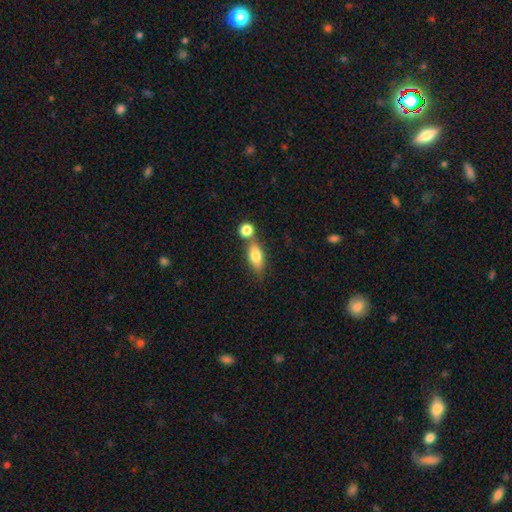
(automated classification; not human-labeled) This appears to be a smooth galaxy with no disk features (72%) that is in between round and cigar-shaped (75%). Merging: none (52%).